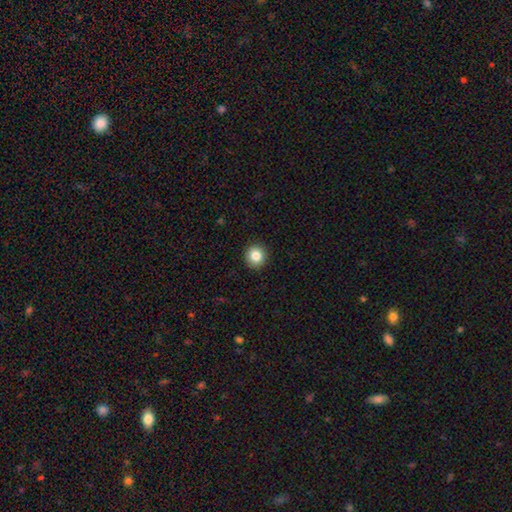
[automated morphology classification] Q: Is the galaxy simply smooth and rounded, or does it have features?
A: smooth — 85%.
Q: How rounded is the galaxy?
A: round — 93%.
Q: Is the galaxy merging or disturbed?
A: none — 92%.